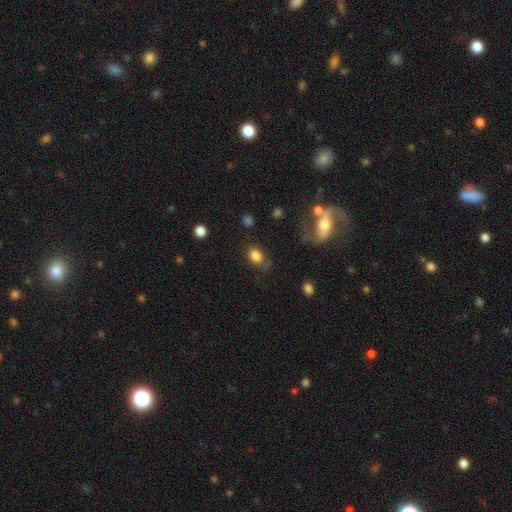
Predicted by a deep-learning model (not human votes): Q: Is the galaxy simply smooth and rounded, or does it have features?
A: smooth — 83%.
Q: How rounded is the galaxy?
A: in between — 69%.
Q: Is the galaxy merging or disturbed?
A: none — 64%.